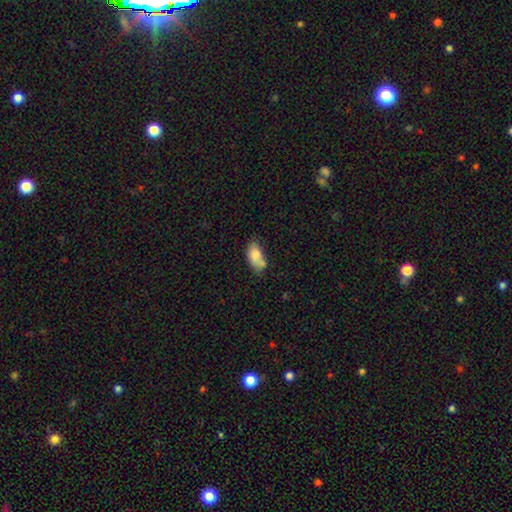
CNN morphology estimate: This appears to be a smooth galaxy with no disk features (82%) that is in between round and cigar-shaped (91%). Merging: none (48%).